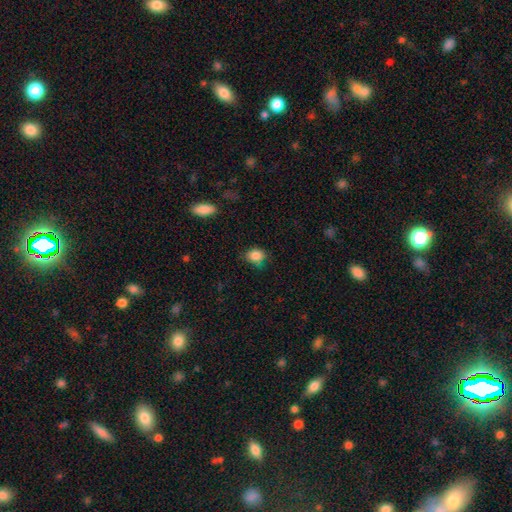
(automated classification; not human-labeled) Smooth or featured? smooth (86%)
How rounded? round (59%)
Merging? none (76%)